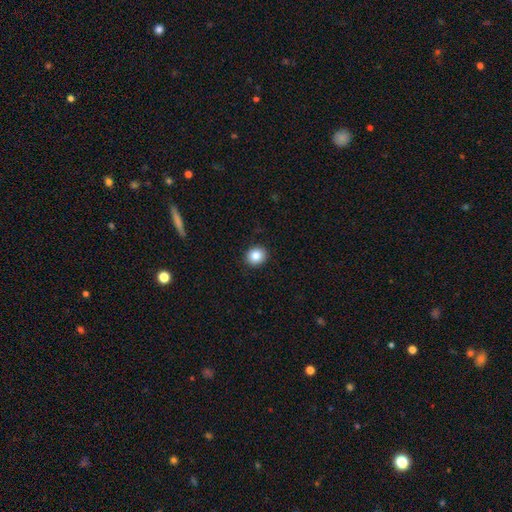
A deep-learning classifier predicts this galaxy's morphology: smooth_or_featured: smooth (p=0.84) [alt: star or artifact p=0.09]
how_rounded: round (p=0.84) [alt: in between p=0.15]
merging: none (p=0.91) [alt: minor disturbance p=0.06]